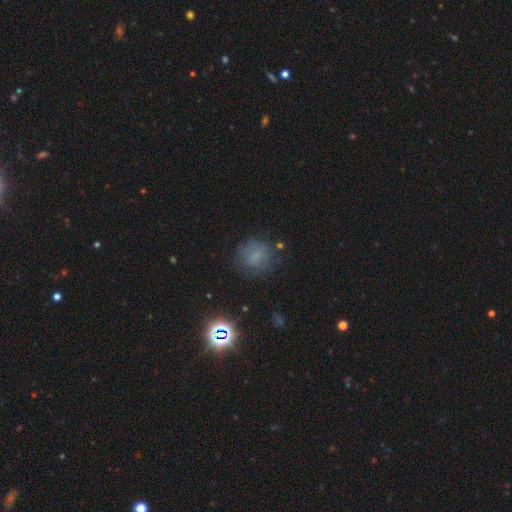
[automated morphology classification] type=smooth (59%); roundness=round (82%); merging=none (72%).